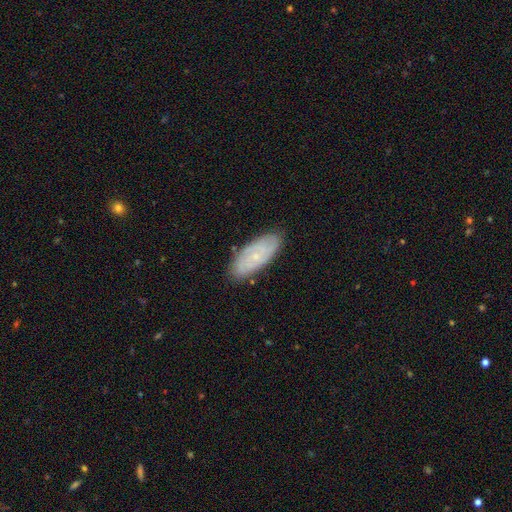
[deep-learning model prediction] Smooth or featured? featured or disk (58%)
Edge-on disk? no (89%)
Bar? no (77%)
Spiral arms? yes (78%)
Bulge size? small (80%)
Merging? none (82%)